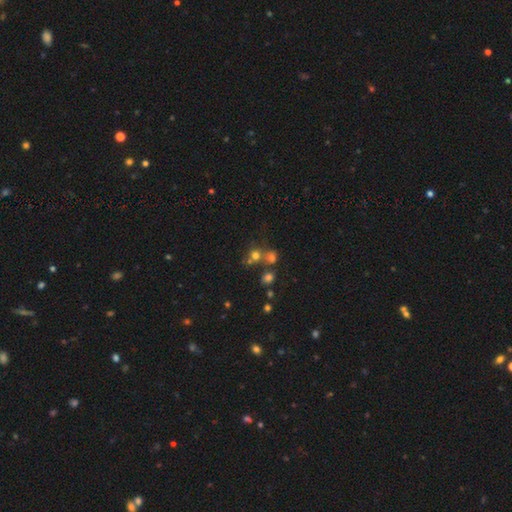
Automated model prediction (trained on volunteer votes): The model was most divided on "merging": none: 51%, merger: 35%, minor disturbance: 9%, major disturbance: 5%. More confident: how rounded — round (82%); smooth or featured — smooth (64%).